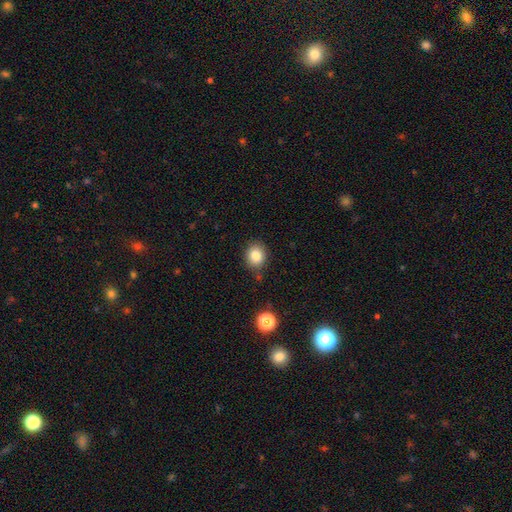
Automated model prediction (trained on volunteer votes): The model was most divided on "how rounded": round: 67%, in between: 33%, cigar-shaped: 1%. More confident: smooth or featured — smooth (84%); merging — none (81%).